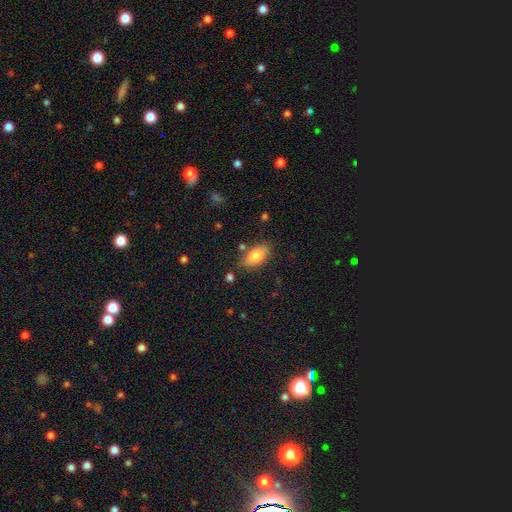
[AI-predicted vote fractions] A smooth galaxy with no disk features (80%) that is in between round and cigar-shaped (90%). Merging: none (80%).